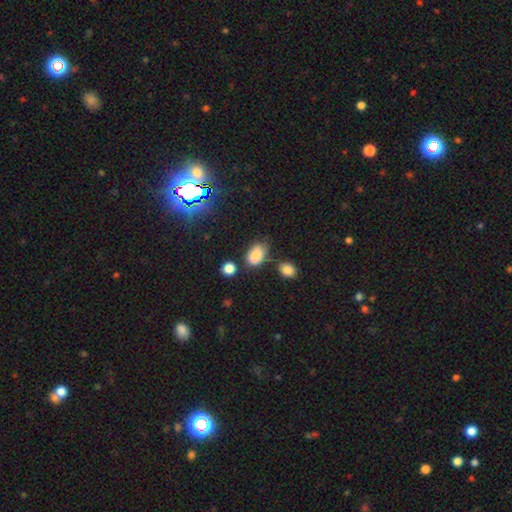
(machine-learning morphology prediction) A smooth galaxy with no disk features (82%) that is in between round and cigar-shaped (86%). Merging: none (56%).